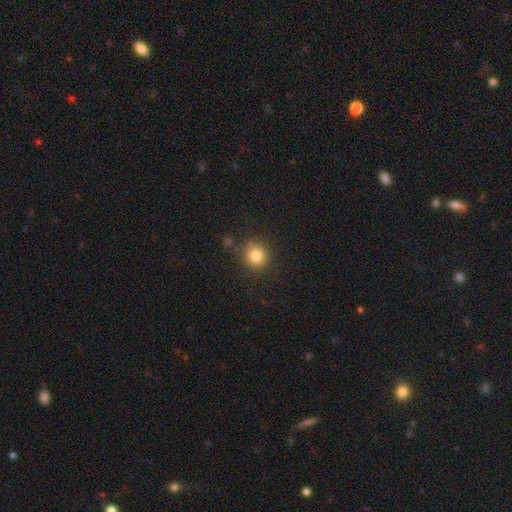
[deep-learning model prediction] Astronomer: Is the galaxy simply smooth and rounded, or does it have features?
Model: smooth — 81%.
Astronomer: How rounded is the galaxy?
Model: round — 90%.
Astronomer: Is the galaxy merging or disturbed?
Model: none — 83%.